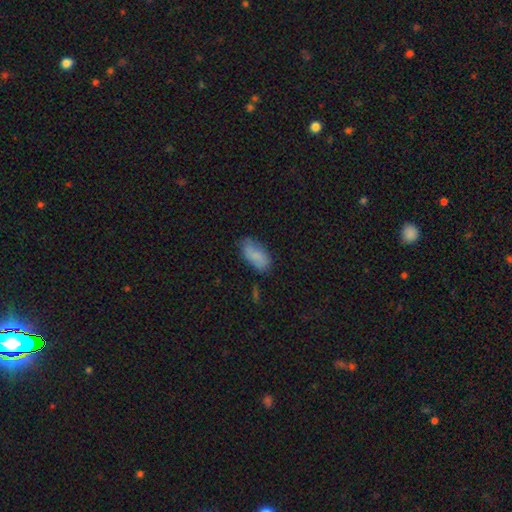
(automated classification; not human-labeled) Morphology: type=smooth (82%); roundness=in between (92%); merging=none (69%).